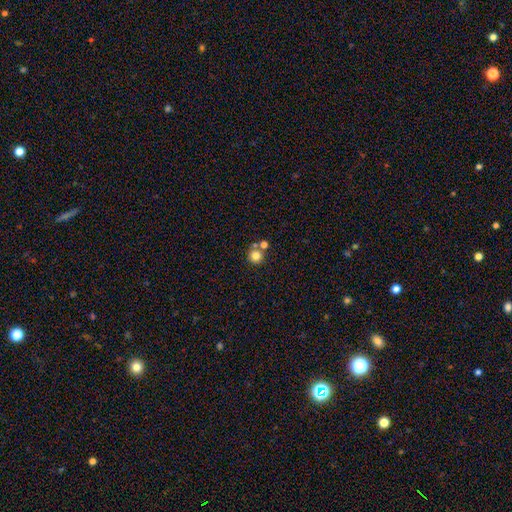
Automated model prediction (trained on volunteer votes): A smooth galaxy with no disk features (80%) that is round (93%). Merging: none (64%).